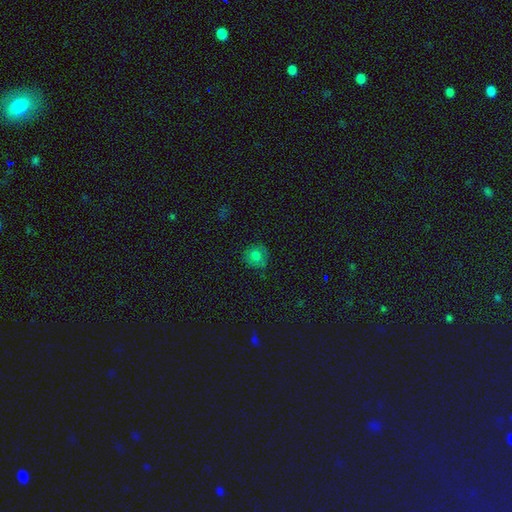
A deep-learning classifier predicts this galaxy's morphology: This appears to be a smooth galaxy with no disk features (74%) that is round (86%). Merging: none (75%).